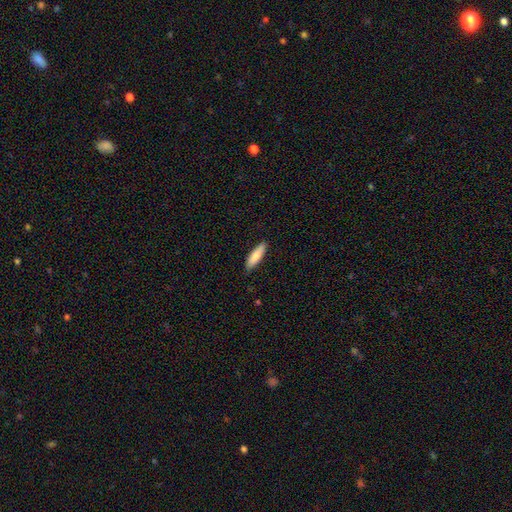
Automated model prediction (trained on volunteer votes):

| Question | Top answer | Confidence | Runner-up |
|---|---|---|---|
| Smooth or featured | smooth | 83% | featured or disk (12%) |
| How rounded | cigar-shaped | 63% | in between (36%) |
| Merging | none | 86% | minor disturbance (12%) |